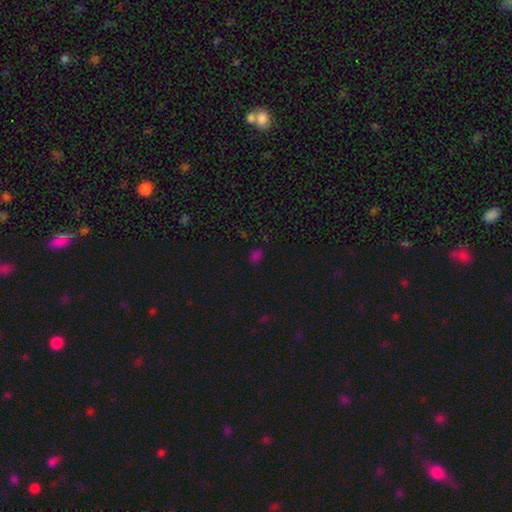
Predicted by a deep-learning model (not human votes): Morphology: type=smooth (65%); roundness=in between (62%); merging=none (78%).